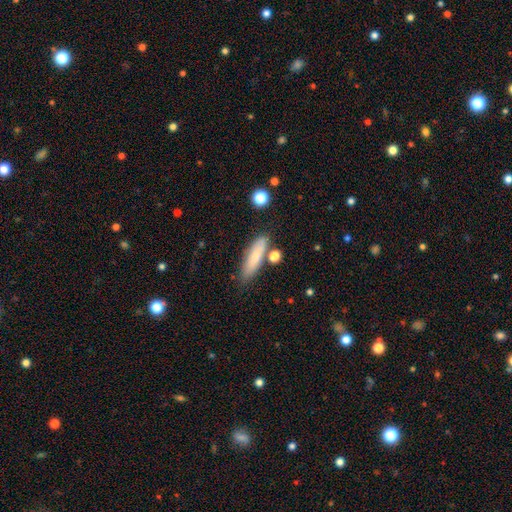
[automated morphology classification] The model was most divided on "how rounded": cigar-shaped: 65%, in between: 33%, round: 3%. More confident: merging — none (75%); smooth or featured — smooth (73%).